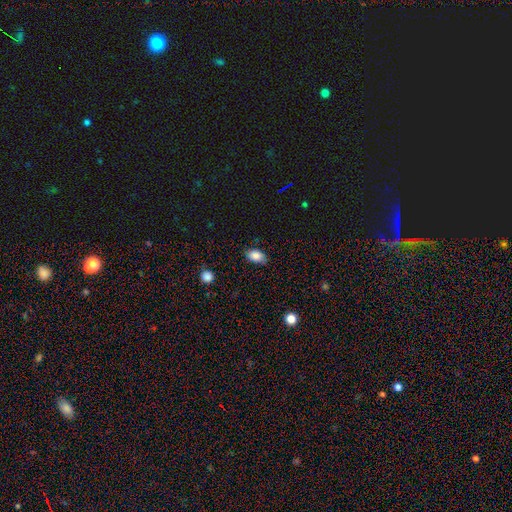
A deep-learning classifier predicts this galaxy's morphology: Smooth or featured? Predicted: smooth (p=0.86). How rounded? Predicted: in between (p=0.85). Merging? Predicted: none (p=0.77).